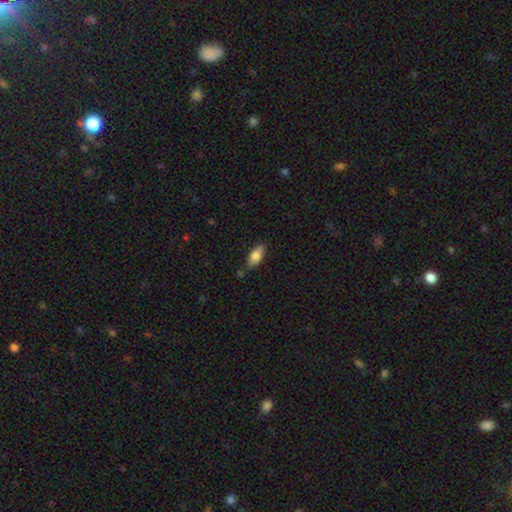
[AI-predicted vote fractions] Smooth or featured? Predicted: smooth (p=0.80). How rounded? Predicted: in between (p=0.84). Merging? Predicted: none (p=0.76).